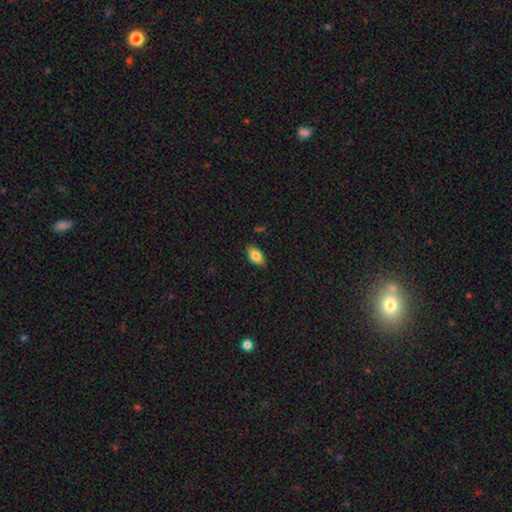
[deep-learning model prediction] Overall: smooth (80%). How rounded: in between (90%). Merging: none (85%).